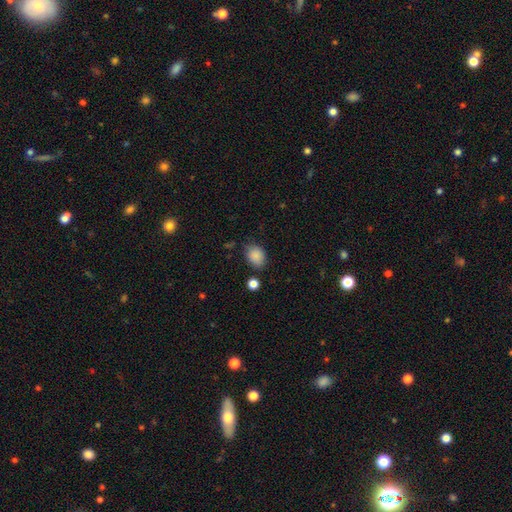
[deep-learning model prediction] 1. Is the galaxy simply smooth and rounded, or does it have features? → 87% smooth, 9% star or artifact, 4% featured or disk.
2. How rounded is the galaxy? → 59% in between, 40% round, 1% cigar-shaped.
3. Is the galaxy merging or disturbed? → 74% none, 18% minor disturbance, 4% major disturbance, 4% merger.